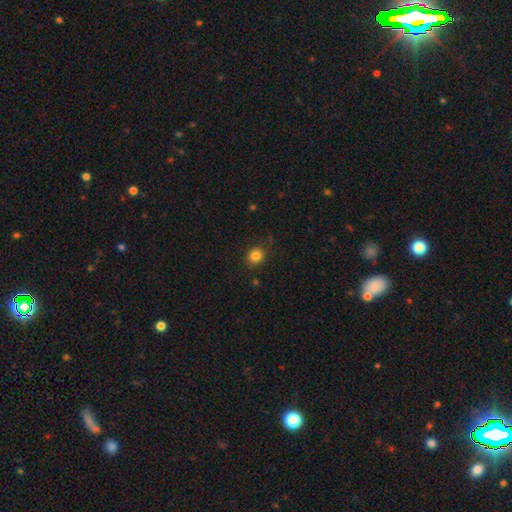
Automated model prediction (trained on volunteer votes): Q: Smooth or featured?
A: smooth (83%); runner-up: star or artifact (12%)
Q: How rounded?
A: round (81%); runner-up: in between (18%)
Q: Merging?
A: none (85%); runner-up: minor disturbance (11%)